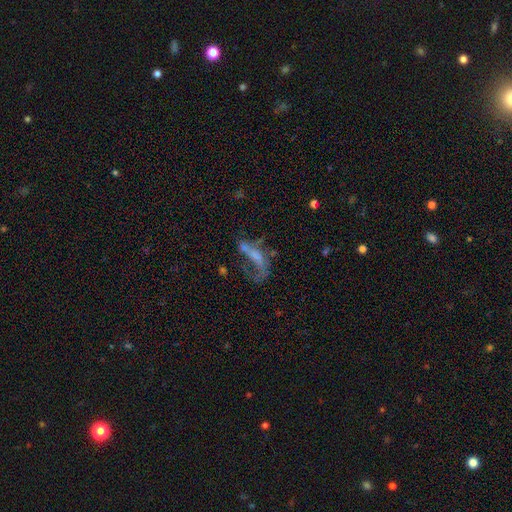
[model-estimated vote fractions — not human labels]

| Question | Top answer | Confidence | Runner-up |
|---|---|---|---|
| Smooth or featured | featured or disk | 54% | smooth (31%) |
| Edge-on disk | no | 85% | yes (15%) |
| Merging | major disturbance | 46% | none (27%) |